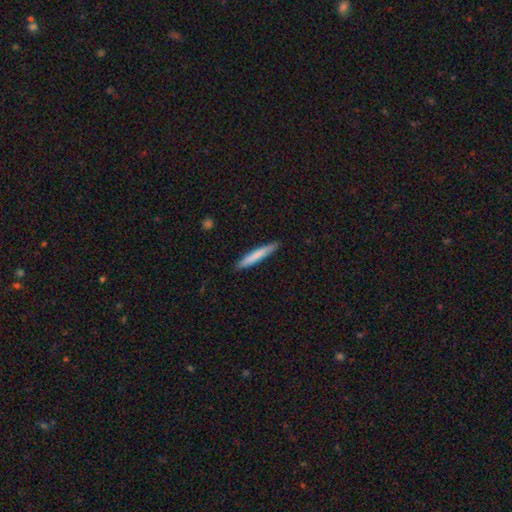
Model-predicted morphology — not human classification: Overall: smooth (76%). How rounded: cigar-shaped (95%). Merging: none (90%).